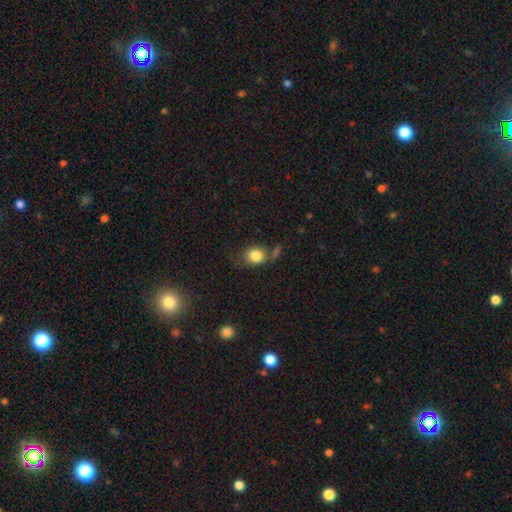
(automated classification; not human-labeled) A smooth galaxy with no disk features (82%) that is round (64%).

Vote fractions:
- Smooth or featured? smooth: 82% / star or artifact: 10% / featured or disk: 8%
- How rounded? round: 64% / in between: 35% / cigar-shaped: 1%
- Merging? none: 53% / minor disturbance: 21% / merger: 15% / major disturbance: 11%